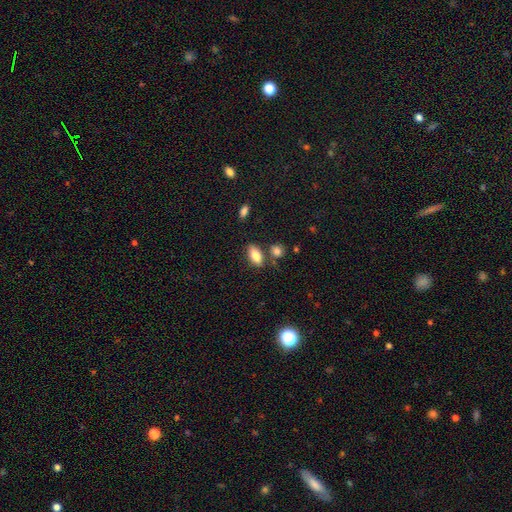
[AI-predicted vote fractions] This is clearly a smooth galaxy (81%). How rounded: clearly in between (86%). Merging: likely none (74%).